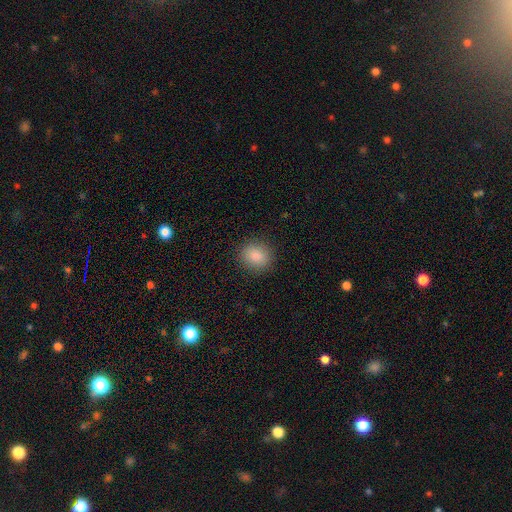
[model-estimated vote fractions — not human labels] This appears to be a smooth galaxy with no disk features (88%) that is round (74%). Merging: none (89%).